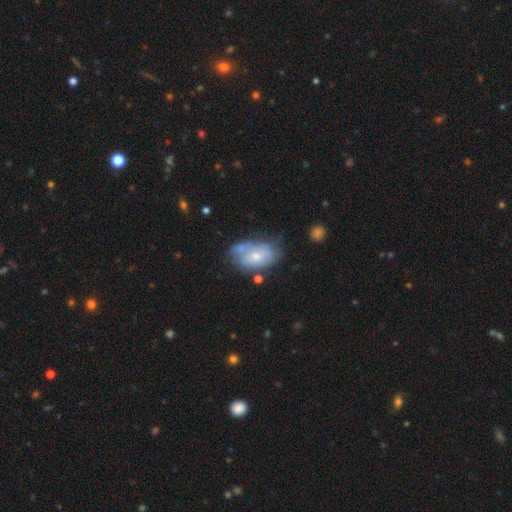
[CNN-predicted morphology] smooth-or-featured: featured or disk: 48% | smooth: 45% | star or artifact: 7%
  merging: none: 42% | minor disturbance: 31% | major disturbance: 14% | merger: 13%